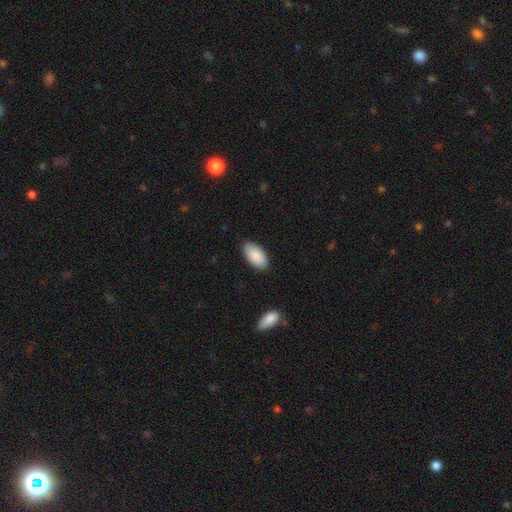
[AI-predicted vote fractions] This appears to be a smooth galaxy with no disk features (90%) that is in between round and cigar-shaped (96%). Merging: none (87%).